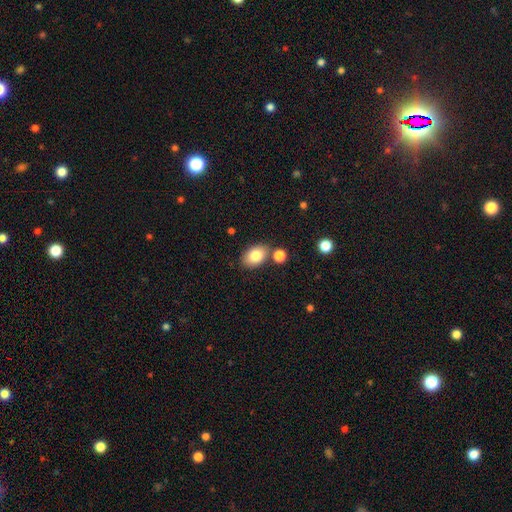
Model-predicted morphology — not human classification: Smooth or featured: smooth — 81% (featured or disk — 10%)
How rounded: in between — 82% (round — 16%)
Merging: none — 74% (minor disturbance — 12%)